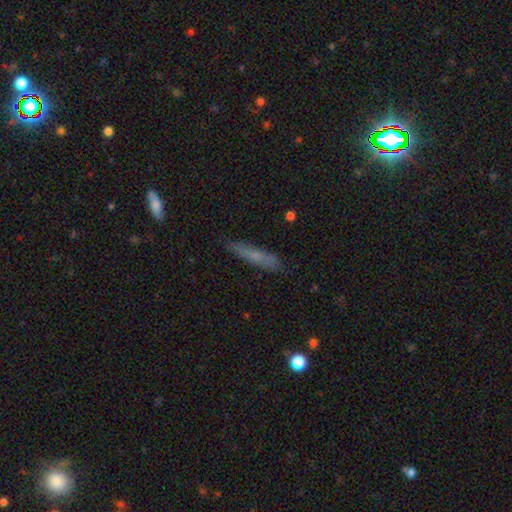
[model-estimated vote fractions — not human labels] smooth 58%, featured or disk 34%, star or artifact 8%. Down the decision tree: how rounded — cigar-shaped (91%); merging — none (84%).